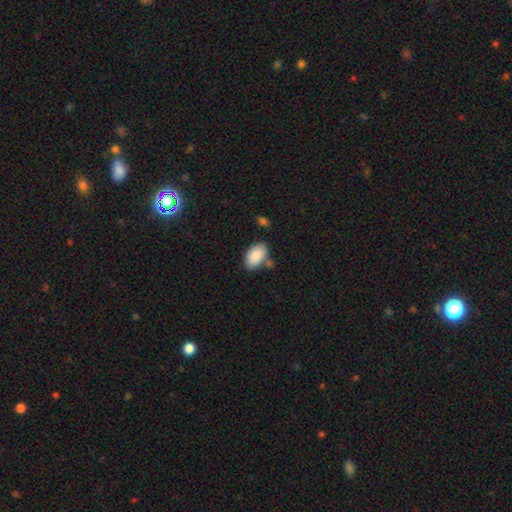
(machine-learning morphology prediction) This appears to be a smooth galaxy with no disk features (89%) that is in between round and cigar-shaped (95%). Merging: none (72%).